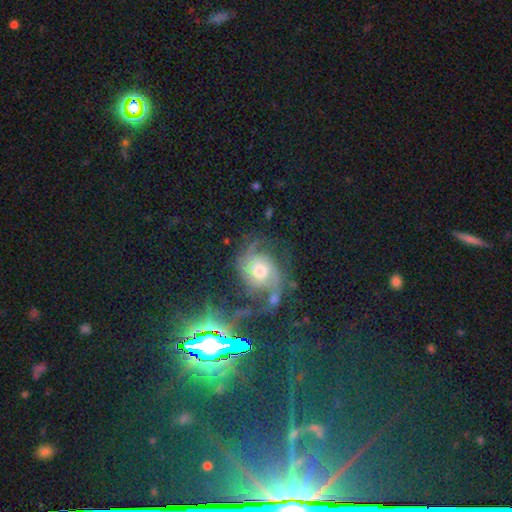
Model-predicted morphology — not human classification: Q: Smooth or featured?
A: featured or disk (68%); runner-up: star or artifact (17%)
Q: Edge-on disk?
A: no (97%); runner-up: yes (3%)
Q: Bar?
A: no (69%); runner-up: weak (24%)
Q: Spiral arms?
A: yes (92%); runner-up: no (8%)
Q: Spiral winding?
A: medium (46%); runner-up: loose (30%)
Q: Spiral arm count?
A: 2 (59%); runner-up: can't tell (16%)
Q: Bulge size?
A: moderate (64%); runner-up: small (22%)
Q: Merging?
A: none (54%); runner-up: minor disturbance (20%)